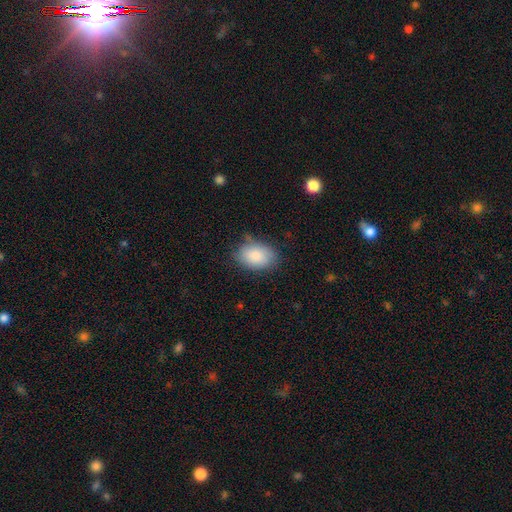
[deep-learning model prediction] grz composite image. It shows a smooth galaxy with no disk features (86%) that is in between round and cigar-shaped (84%). Merging: none (74%).